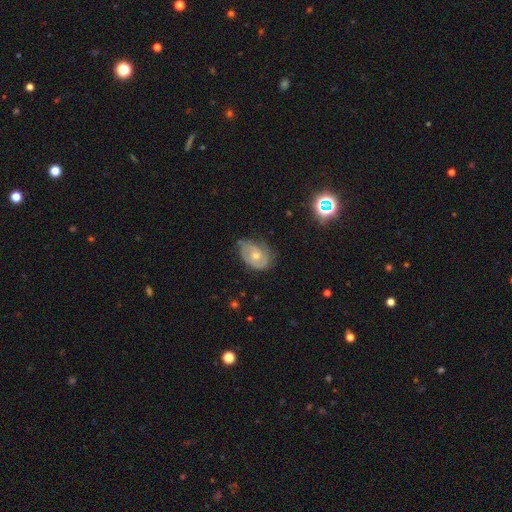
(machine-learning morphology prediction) Overall: featured or disk (64%; smooth 29%). Edge-on disk: no (96%). Bar: no (77%). Spiral arms: yes (81%). Bulge size: moderate (57%; small 38%). Merging: none (51%; minor disturbance 34%).